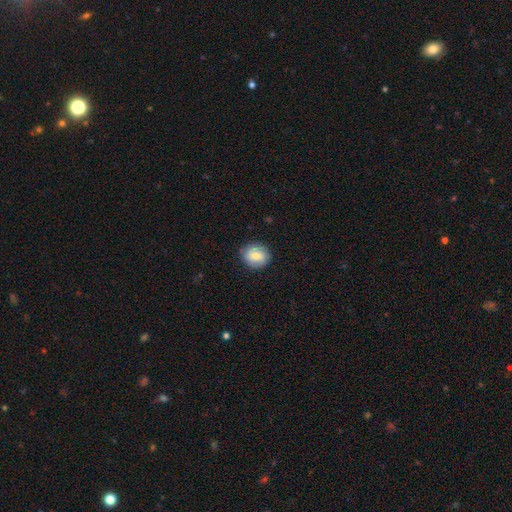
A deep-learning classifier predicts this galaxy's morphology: Smooth or featured?
  - smooth: 73% *
  - featured or disk: 20%
  - star or artifact: 7%
How rounded?
  - round: 76% *
  - in between: 23%
  - cigar-shaped: 1%
Merging?
  - none: 85% *
  - minor disturbance: 11%
  - major disturbance: 3%
  - merger: 1%